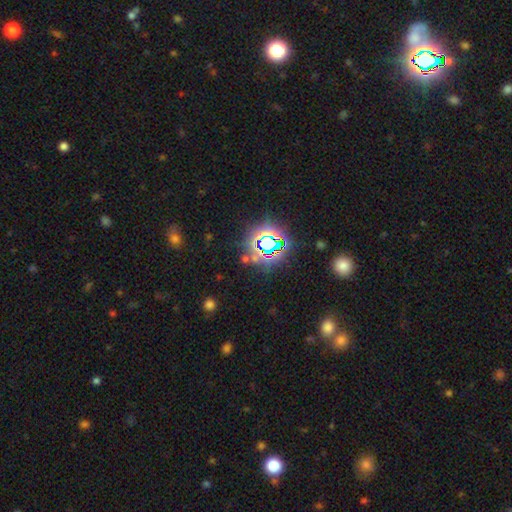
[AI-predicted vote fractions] Overall: star or artifact (75%).